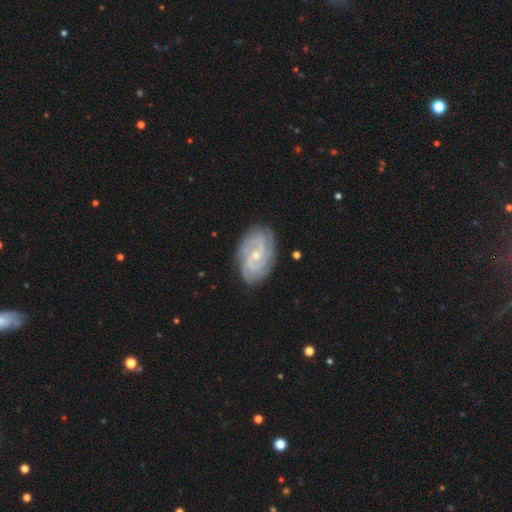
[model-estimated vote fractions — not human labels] A featured or disk galaxy (87%) with no bar (55%), 3 (26%) tight (61%) spiral arms (97%) and a small central bulge (67%).

Vote fractions:
- Smooth or featured? featured or disk: 87% / smooth: 7% / star or artifact: 6%
- Edge-on disk? no: 97% / yes: 3%
- Bar? no: 55% / weak: 36% / strong: 10%
- Spiral arms? yes: 97% / no: 3%
- Spiral winding? tight: 61% / medium: 32% / loose: 7%
- Spiral arm count? 3: 26% / 2: 21% / 4: 21% / can't tell: 20% / more than 4: 7% / 1: 6%
- Bulge size? small: 67% / moderate: 30% / none: 1% / large: 1% / dominant: 1%
- Merging? none: 82% / minor disturbance: 13% / major disturbance: 3% / merger: 1%